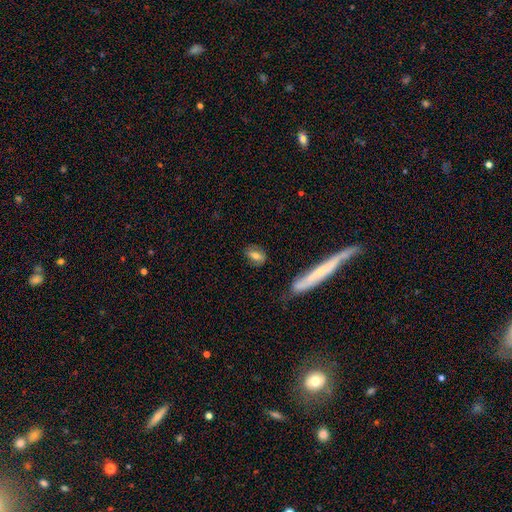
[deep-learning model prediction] This is likely a smooth galaxy (67%). How rounded: likely in between (73%). Merging: likely none (77%).